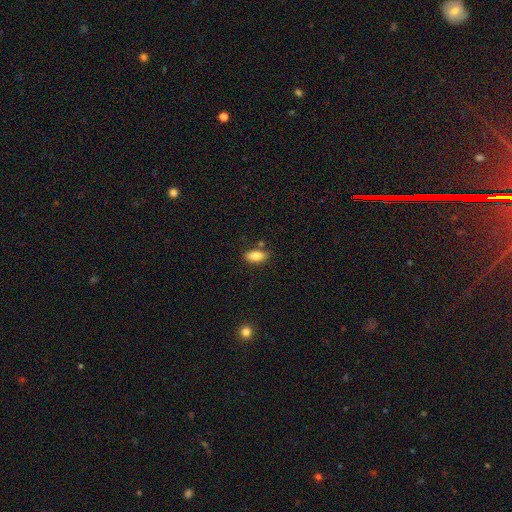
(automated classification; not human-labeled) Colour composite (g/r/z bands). It shows a smooth galaxy with no disk features (82%) that is in between round and cigar-shaped (89%). Merging: none (81%).